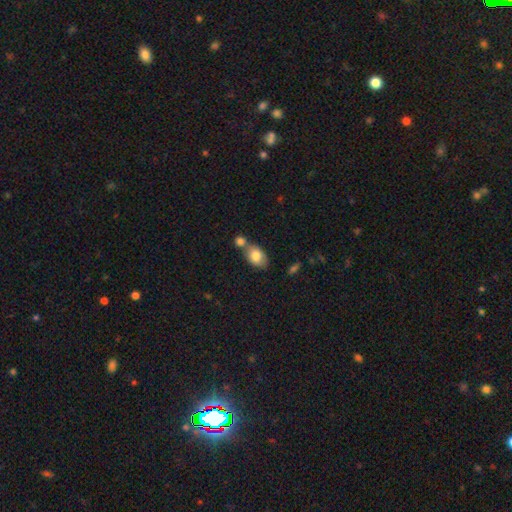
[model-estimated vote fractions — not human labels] Morphology: type=smooth (81%); roundness=in between (83%); merging=none (43%).